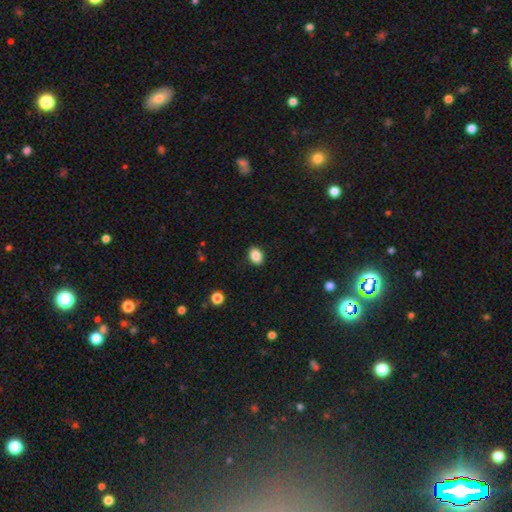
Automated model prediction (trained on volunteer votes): Overall: smooth (87%). How rounded: in between (72%). Merging: none (89%).